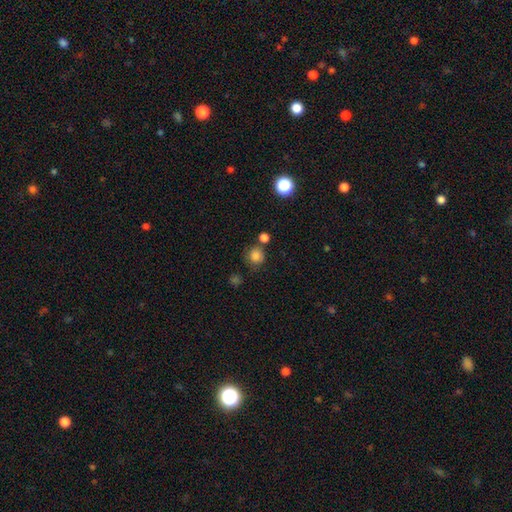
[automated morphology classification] Smooth or featured: smooth — 82% (star or artifact — 12%)
How rounded: round — 90% (in between — 9%)
Merging: none — 70% (merger — 13%)